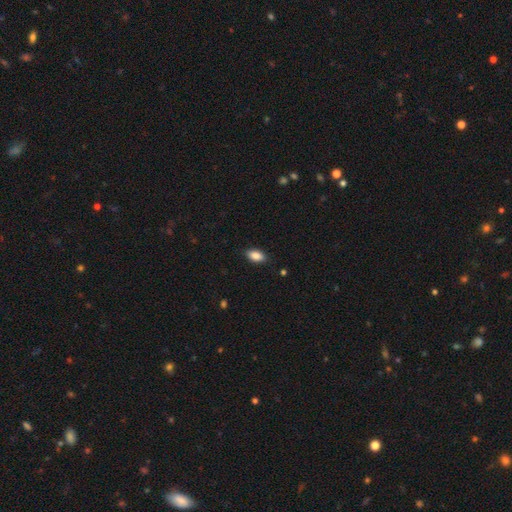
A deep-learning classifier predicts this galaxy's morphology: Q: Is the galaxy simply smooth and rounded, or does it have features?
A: smooth — 87%.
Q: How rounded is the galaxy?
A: in between — 91%.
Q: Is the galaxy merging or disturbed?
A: none — 86%.